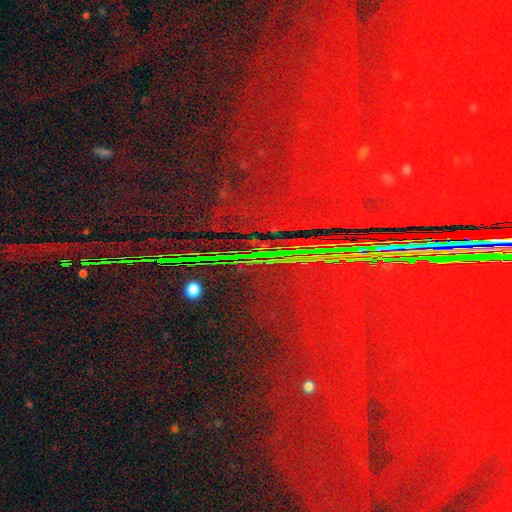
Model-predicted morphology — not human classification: Smooth or featured? star or artifact (83%)